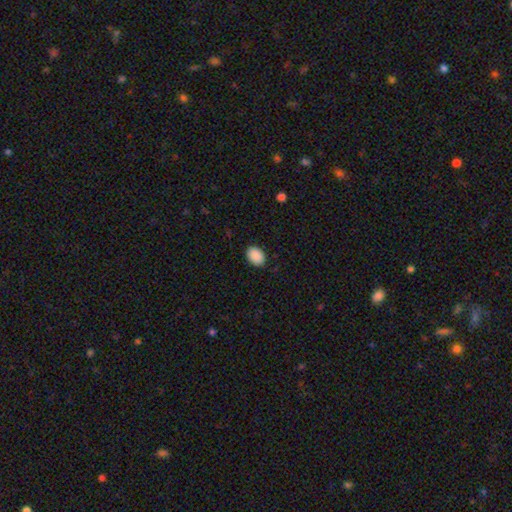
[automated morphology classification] Smooth or featured?
  - smooth: 90% *
  - star or artifact: 7%
  - featured or disk: 3%
How rounded?
  - in between: 80% *
  - round: 19%
  - cigar-shaped: 1%
Merging?
  - none: 89% *
  - minor disturbance: 8%
  - major disturbance: 2%
  - merger: 1%